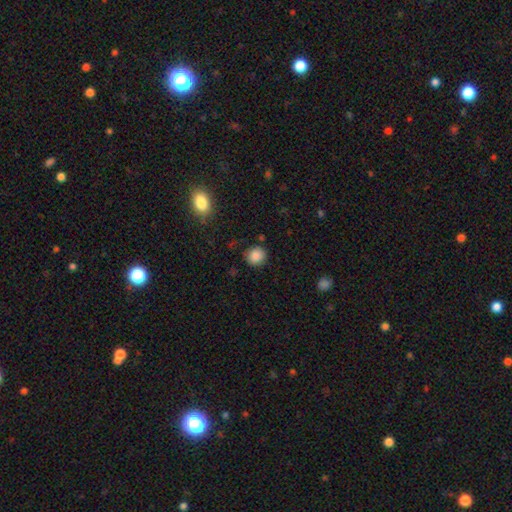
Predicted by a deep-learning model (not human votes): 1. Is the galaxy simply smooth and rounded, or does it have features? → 86% smooth, 10% star or artifact, 4% featured or disk.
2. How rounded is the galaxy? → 86% round, 13% in between, 1% cigar-shaped.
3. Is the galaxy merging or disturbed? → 85% none, 10% minor disturbance, 3% major disturbance, 2% merger.